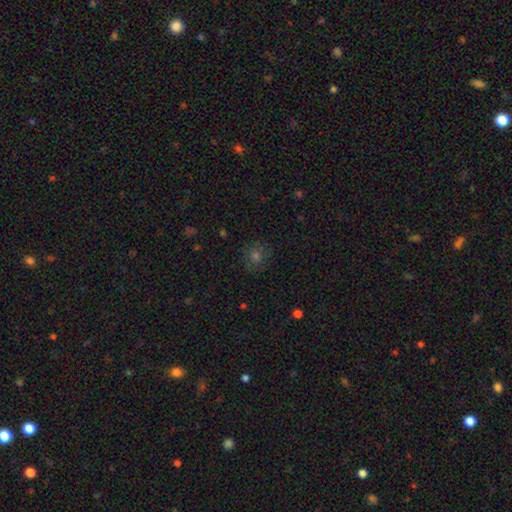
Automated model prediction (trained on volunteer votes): smooth-or-featured: smooth: 59% | star or artifact: 28% | featured or disk: 13%
  how-rounded: round: 84% | in between: 14% | cigar-shaped: 1%
  merging: none: 85% | minor disturbance: 11% | major disturbance: 4% | merger: 1%